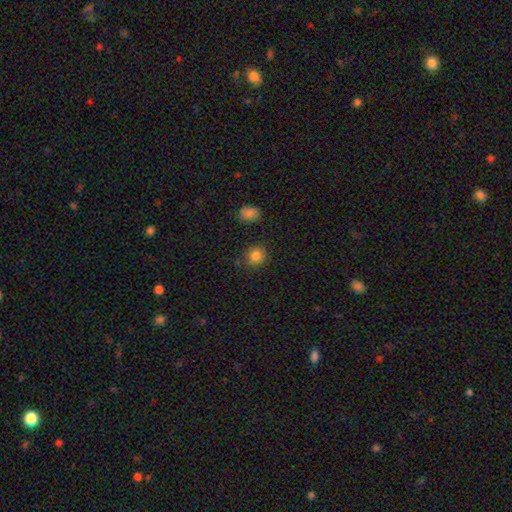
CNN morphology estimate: A smooth galaxy with no disk features (84%) that is round (86%).

Vote fractions:
- Smooth or featured? smooth: 84% / star or artifact: 11% / featured or disk: 5%
- How rounded? round: 86% / in between: 13% / cigar-shaped: 1%
- Merging? none: 84% / minor disturbance: 11% / major disturbance: 3% / merger: 3%